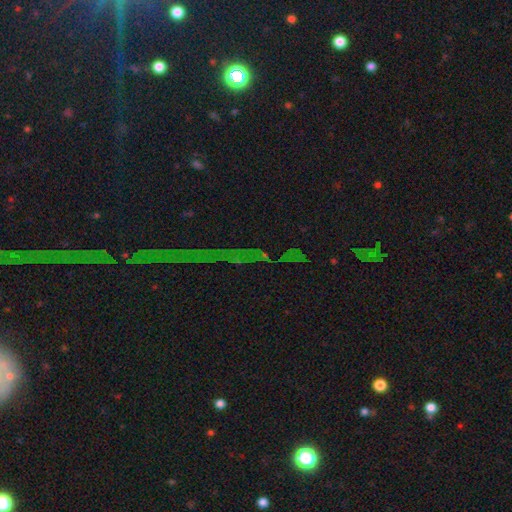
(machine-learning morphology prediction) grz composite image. It shows a star or artifact, not a galaxy (81%).